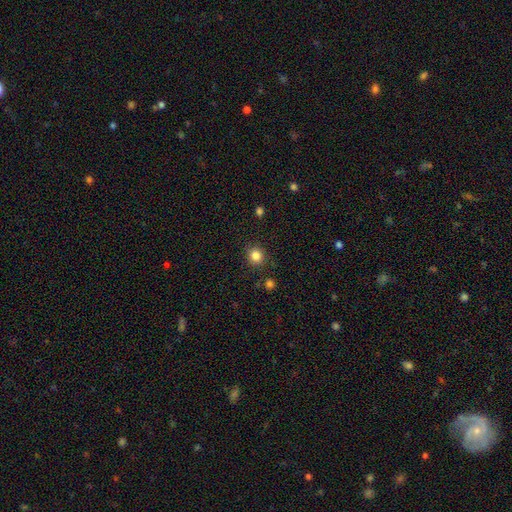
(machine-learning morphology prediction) Overall: smooth (84%). How rounded: round (85%). Merging: none (89%).